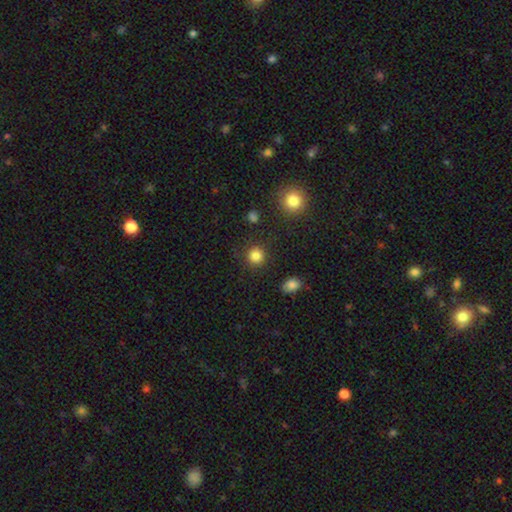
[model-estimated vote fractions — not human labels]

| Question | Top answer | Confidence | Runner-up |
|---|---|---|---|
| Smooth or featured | smooth | 84% | star or artifact (12%) |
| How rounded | round | 93% | in between (6%) |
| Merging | none | 89% | minor disturbance (6%) |